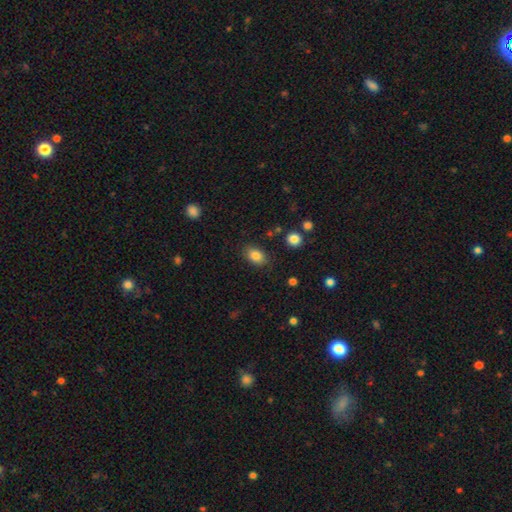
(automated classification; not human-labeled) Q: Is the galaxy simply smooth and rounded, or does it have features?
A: smooth — 84%.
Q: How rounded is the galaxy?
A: in between — 82%.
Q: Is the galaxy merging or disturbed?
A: none — 83%.